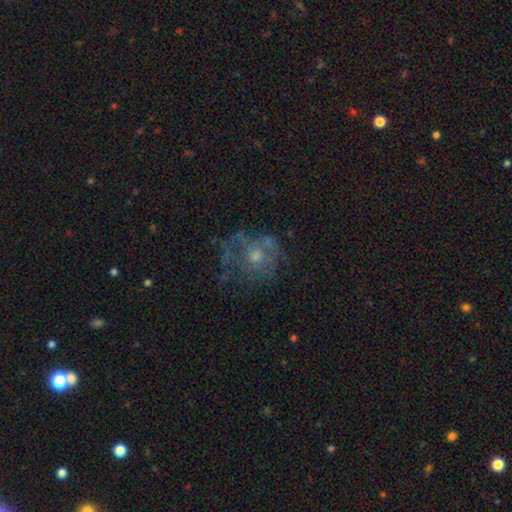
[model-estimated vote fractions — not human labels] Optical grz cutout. It shows a featured or disk galaxy (54%) with no bar (88%), no spiral arms (71%) and a moderate central bulge (55%). Merging: none (48%).